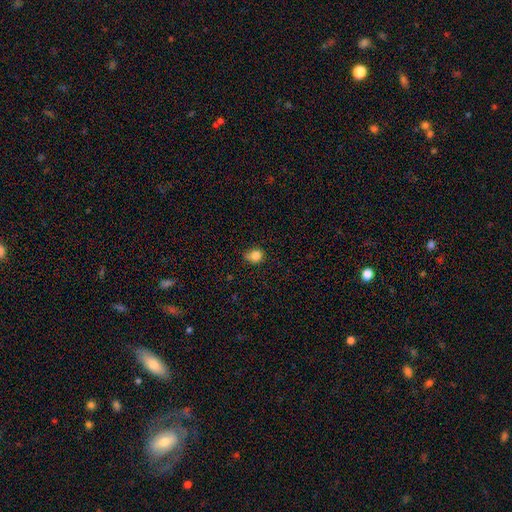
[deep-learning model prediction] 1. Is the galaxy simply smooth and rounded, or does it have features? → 82% smooth, 11% star or artifact, 7% featured or disk.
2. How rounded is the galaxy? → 72% round, 27% in between, 1% cigar-shaped.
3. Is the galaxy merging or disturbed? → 53% none, 34% minor disturbance, 8% major disturbance, 4% merger.